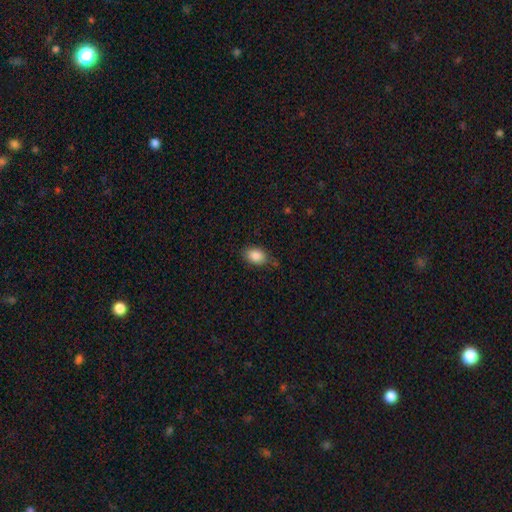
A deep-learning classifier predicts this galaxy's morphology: This is clearly a smooth galaxy (87%). How rounded: clearly in between (83%). Merging: likely none (74%).